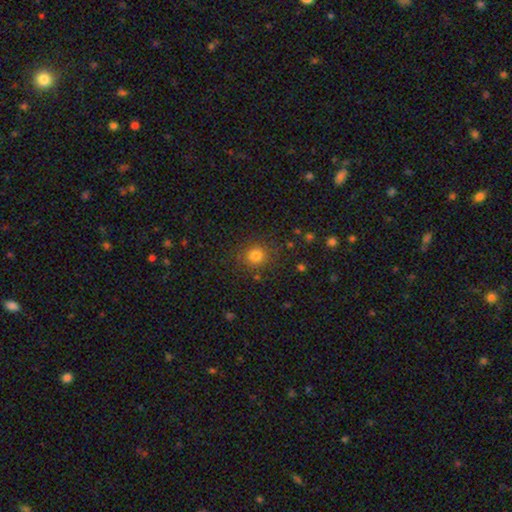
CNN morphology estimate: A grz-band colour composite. It shows a smooth galaxy with no disk features (80%) that is round (85%). Merging: none (85%).